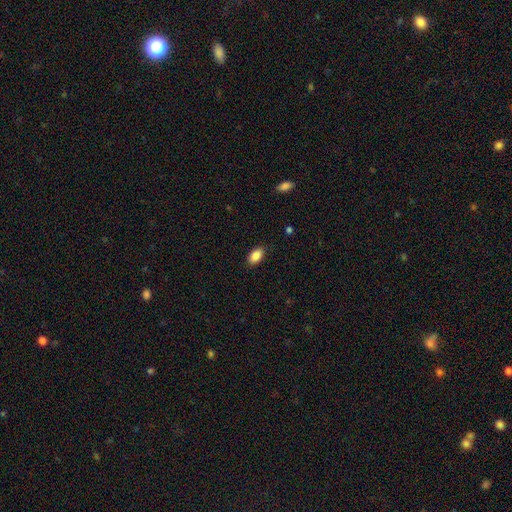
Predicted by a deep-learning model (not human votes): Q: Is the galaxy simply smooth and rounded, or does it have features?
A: smooth — 87%.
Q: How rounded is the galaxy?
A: in between — 92%.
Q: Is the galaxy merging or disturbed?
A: none — 86%.